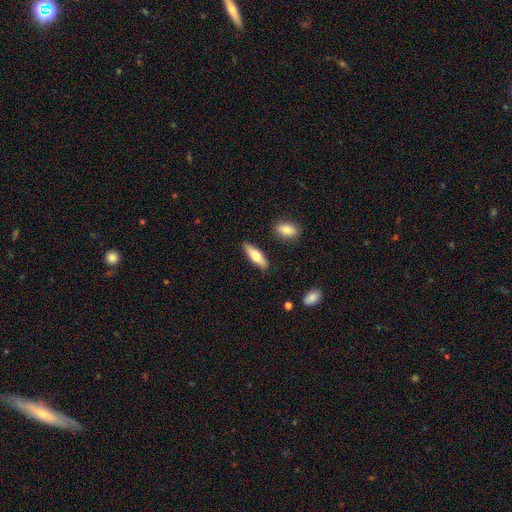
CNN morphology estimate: smooth 64%, featured or disk 31%, star or artifact 6%. Down the decision tree: how rounded — cigar-shaped (52%); merging — none (86%).